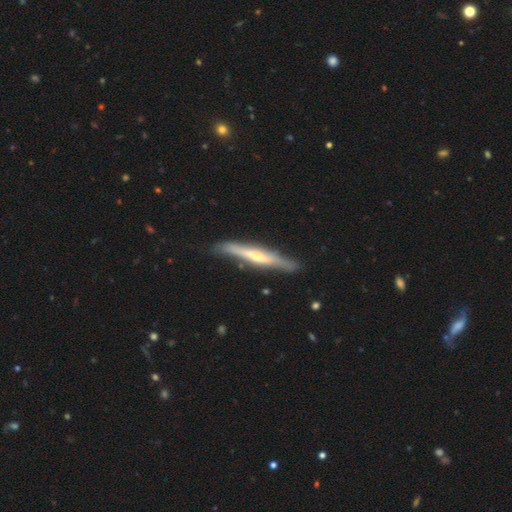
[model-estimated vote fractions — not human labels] Smooth or featured? Predicted: featured or disk (p=0.68). Edge-on disk? Predicted: yes (p=0.92). Edge-on bulge? Predicted: rounded (p=0.71). Merging? Predicted: none (p=0.79).